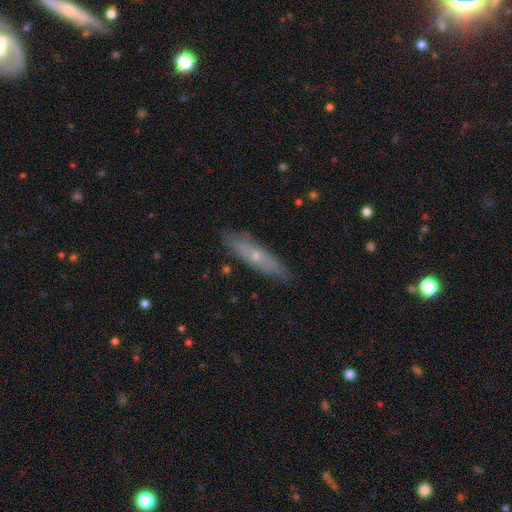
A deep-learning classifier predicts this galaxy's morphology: A featured or disk galaxy (49%).

Vote fractions:
- Smooth or featured? featured or disk: 49% / smooth: 44% / star or artifact: 7%
- Merging? none: 79% / minor disturbance: 17% / major disturbance: 3% / merger: 1%